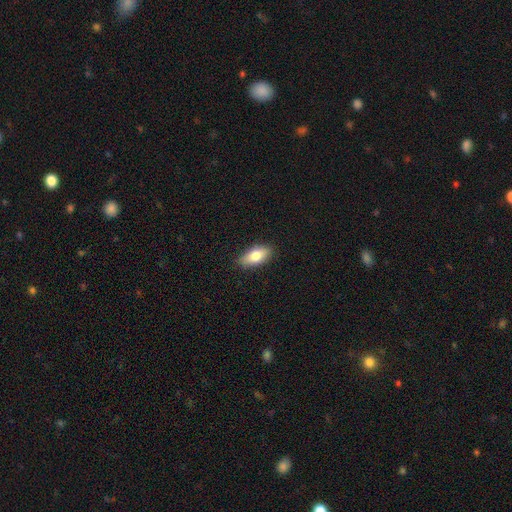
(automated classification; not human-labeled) smooth 79%, featured or disk 15%, star or artifact 7%. Down the decision tree: how rounded — in between (86%); merging — none (87%).